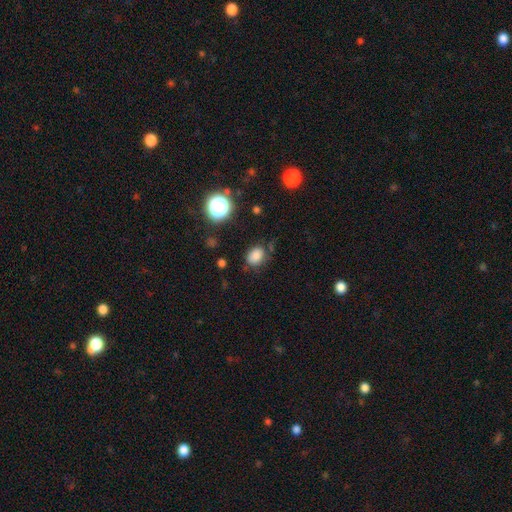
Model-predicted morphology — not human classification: This is clearly a smooth galaxy (81%). How rounded: possibly in between (59%). Merging: likely none (73%).